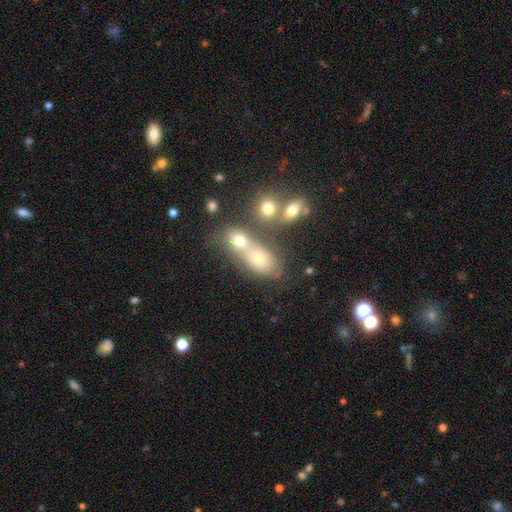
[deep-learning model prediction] A smooth galaxy with no disk features (54%) that is in between round and cigar-shaped (70%).

Vote fractions:
- Smooth or featured? smooth: 54% / featured or disk: 27% / star or artifact: 19%
- How rounded? in between: 70% / round: 24% / cigar-shaped: 5%
- Merging? merger: 52% / none: 33% / minor disturbance: 10% / major disturbance: 5%